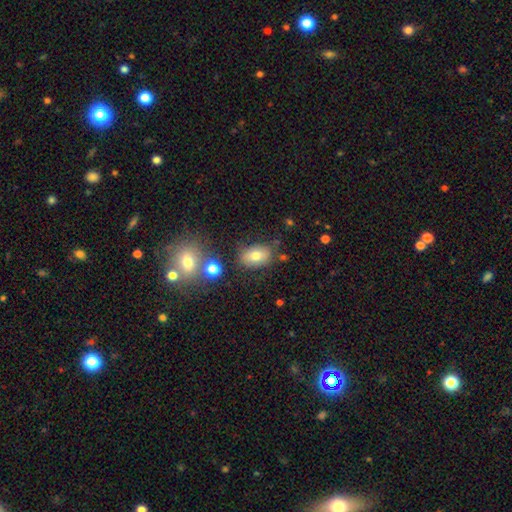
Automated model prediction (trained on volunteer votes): smooth-or-featured: smooth: 74% | featured or disk: 14% | star or artifact: 12%
  how-rounded: in between: 79% | round: 19% | cigar-shaped: 1%
  merging: none: 74% | minor disturbance: 14% | merger: 7% | major disturbance: 5%